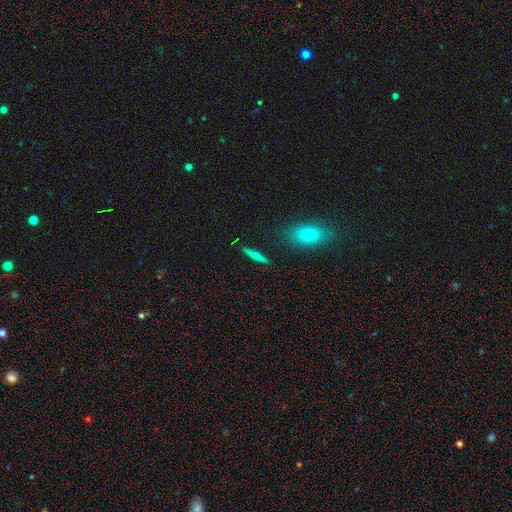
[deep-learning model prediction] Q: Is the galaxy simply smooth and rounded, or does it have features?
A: smooth — 53%.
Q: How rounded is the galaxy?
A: cigar-shaped — 87%.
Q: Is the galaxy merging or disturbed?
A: none — 89%.